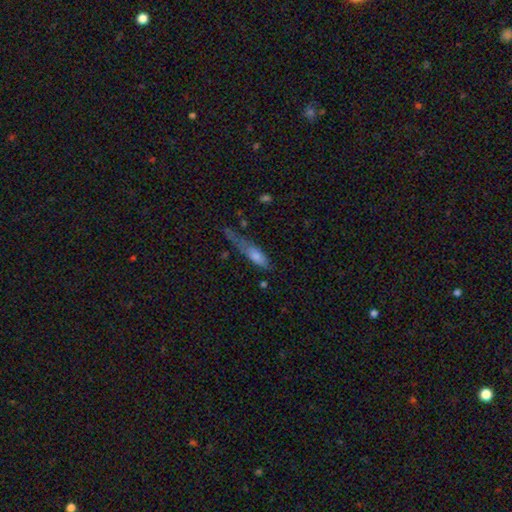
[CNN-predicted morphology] smooth 64%, featured or disk 25%, star or artifact 11%. Down the decision tree: how rounded — cigar-shaped (65%); merging — none (36%).